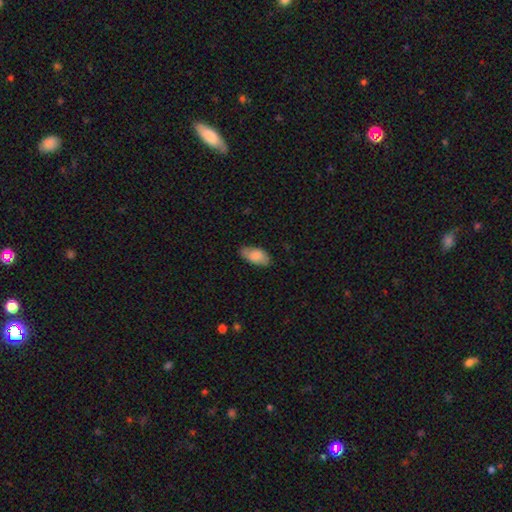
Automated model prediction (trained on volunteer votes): This appears to be a smooth galaxy with no disk features (83%) that is in between round and cigar-shaped (93%). Merging: none (77%).